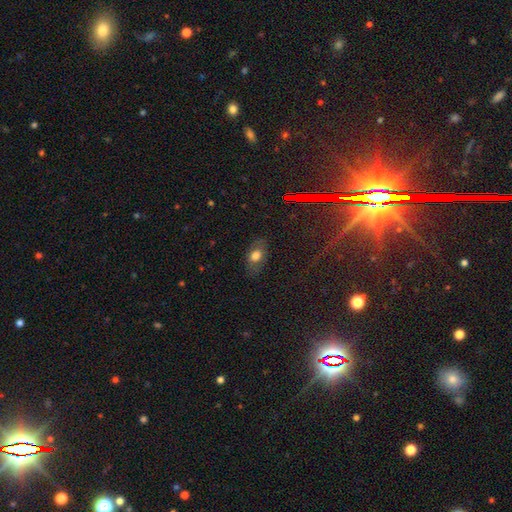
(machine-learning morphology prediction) smooth-or-featured: smooth: 67% | featured or disk: 20% | star or artifact: 13%
  how-rounded: in between: 85% | round: 12% | cigar-shaped: 3%
  merging: none: 78% | minor disturbance: 16% | major disturbance: 5% | merger: 1%